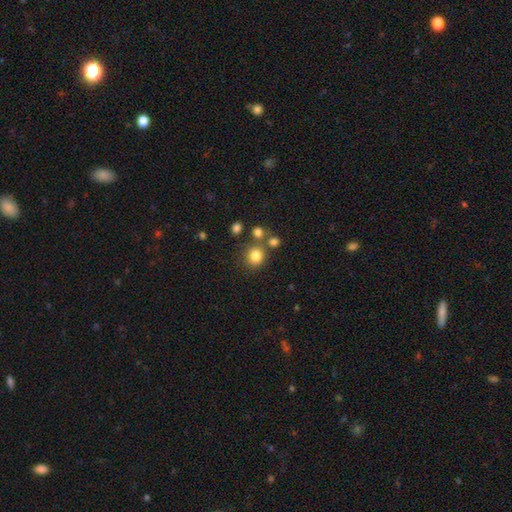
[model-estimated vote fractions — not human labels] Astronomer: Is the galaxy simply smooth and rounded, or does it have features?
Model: smooth — 81%.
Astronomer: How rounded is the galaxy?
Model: round — 87%.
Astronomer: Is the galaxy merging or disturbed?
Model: none — 70%.